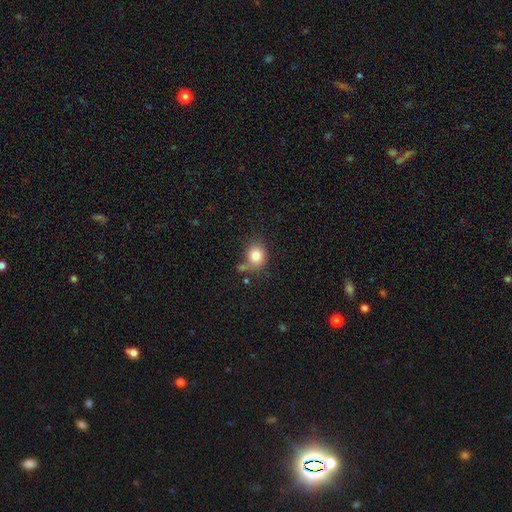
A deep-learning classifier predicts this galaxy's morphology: Overall: smooth (83%). How rounded: round (72%). Merging: none (63%).